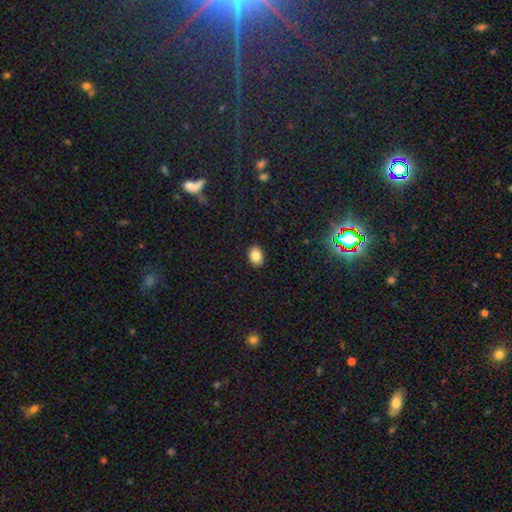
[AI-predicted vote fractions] Smooth or featured?
  - smooth: 84% *
  - star or artifact: 9%
  - featured or disk: 7%
How rounded?
  - in between: 79% *
  - round: 20%
  - cigar-shaped: 1%
Merging?
  - none: 90% *
  - minor disturbance: 7%
  - major disturbance: 2%
  - merger: 1%